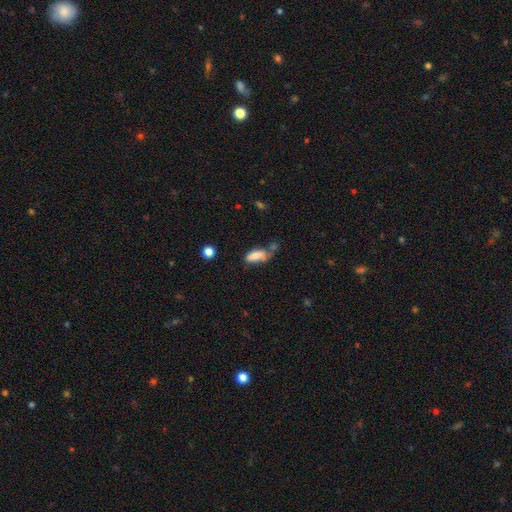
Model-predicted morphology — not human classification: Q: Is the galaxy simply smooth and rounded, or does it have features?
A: smooth — 77%.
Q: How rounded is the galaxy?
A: in between — 78%.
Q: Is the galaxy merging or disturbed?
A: none — 35%.